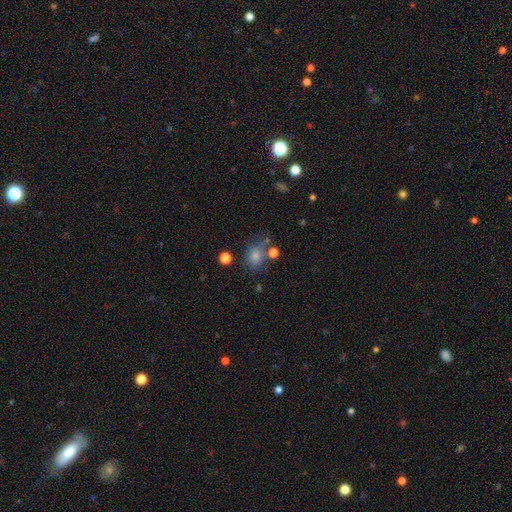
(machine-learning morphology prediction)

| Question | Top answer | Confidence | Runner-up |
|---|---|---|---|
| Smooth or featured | smooth | 78% | star or artifact (13%) |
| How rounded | round | 54% | in between (45%) |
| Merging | none | 62% | minor disturbance (19%) |